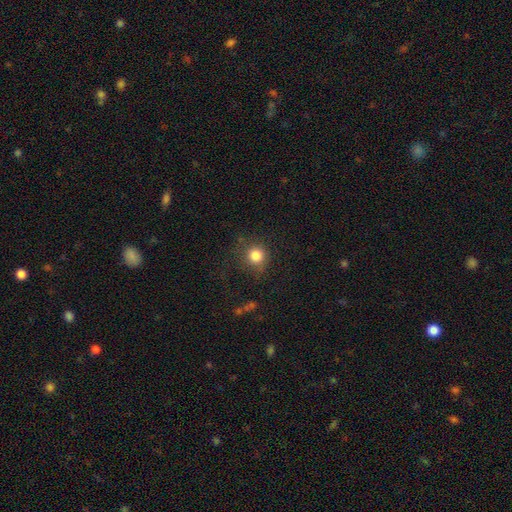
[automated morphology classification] A smooth galaxy with no disk features (83%) that is round (91%).

Vote fractions:
- Smooth or featured? smooth: 83% / star or artifact: 12% / featured or disk: 5%
- How rounded? round: 91% / in between: 8% / cigar-shaped: 1%
- Merging? none: 78% / minor disturbance: 14% / major disturbance: 6% / merger: 2%